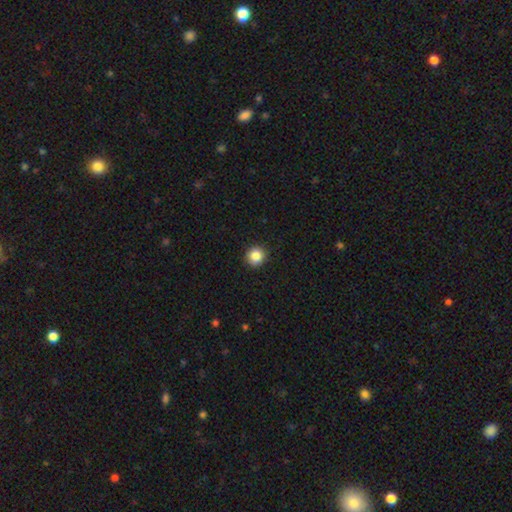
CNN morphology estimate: smooth_or_featured: smooth (p=0.86) [alt: star or artifact p=0.10]
how_rounded: round (p=0.92) [alt: in between p=0.07]
merging: none (p=0.91) [alt: minor disturbance p=0.06]